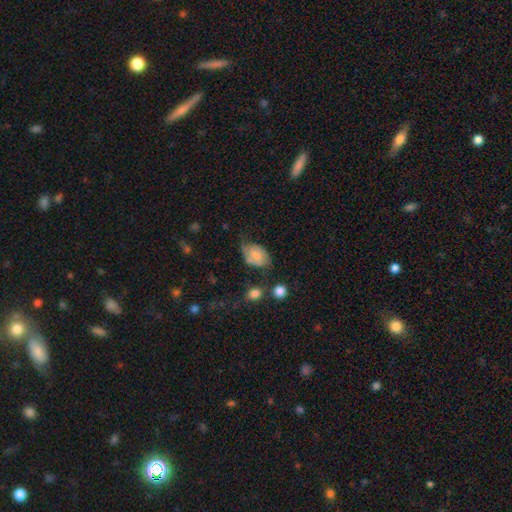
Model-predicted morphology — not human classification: smooth 57%, featured or disk 35%, star or artifact 8%. Down the decision tree: how rounded — in between (81%); merging — none (46%).